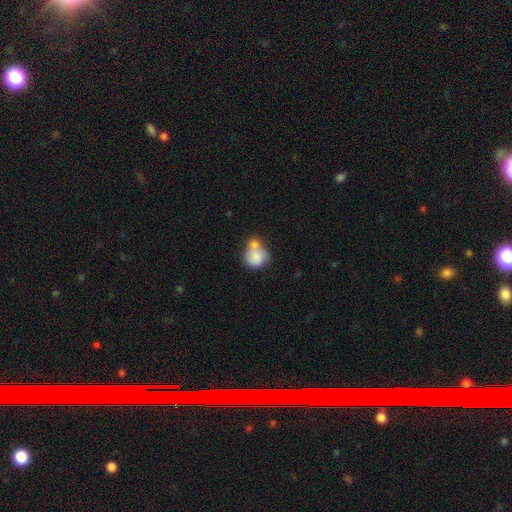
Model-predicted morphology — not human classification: Smooth or featured: smooth — 79% (featured or disk — 14%)
How rounded: round — 75% (in between — 24%)
Merging: merger — 58% (none — 26%)